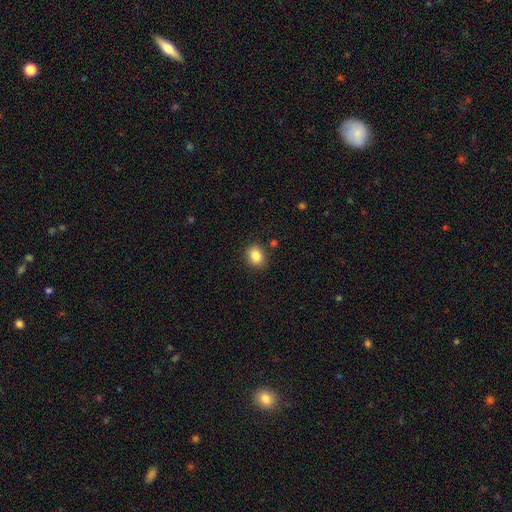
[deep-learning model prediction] smooth 84%, star or artifact 10%, featured or disk 6%. Down the decision tree: how rounded — round (62%); merging — none (86%).